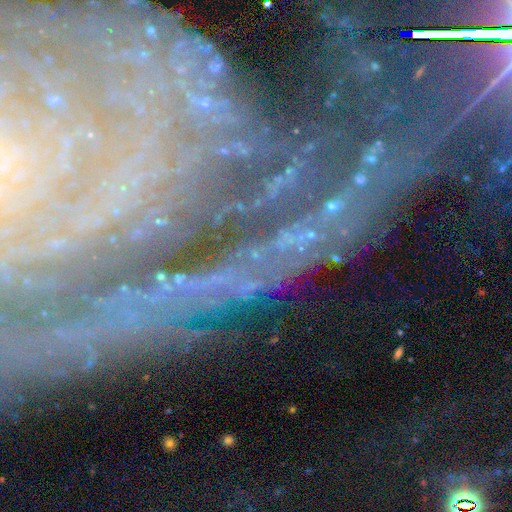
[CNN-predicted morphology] This is likely a star or artifact rather than a galaxy (65%).